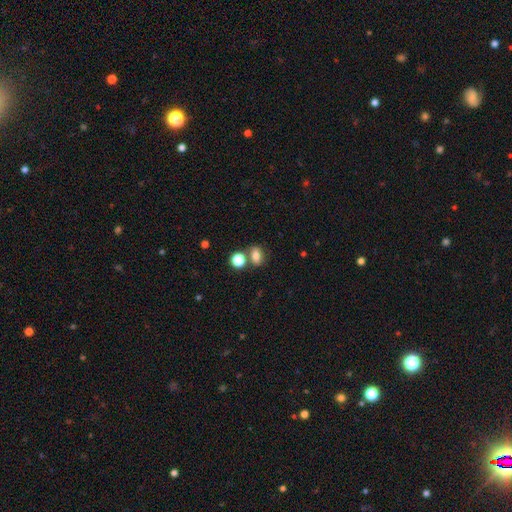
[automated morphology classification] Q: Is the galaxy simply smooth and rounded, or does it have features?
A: smooth — 76%.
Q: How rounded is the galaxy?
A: in between — 68%.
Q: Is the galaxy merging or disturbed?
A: none — 62%.